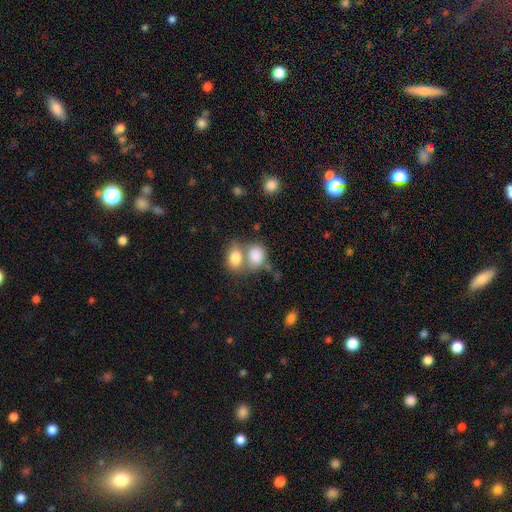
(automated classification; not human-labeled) This appears to be a smooth galaxy with no disk features (82%) that is in between round and cigar-shaped (59%). Merging: merger (59%).